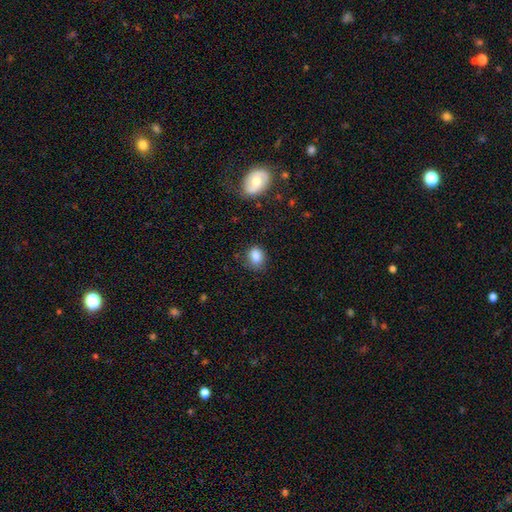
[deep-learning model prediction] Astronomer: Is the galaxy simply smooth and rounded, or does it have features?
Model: smooth — 84%.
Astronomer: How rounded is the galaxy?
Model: in between — 54% (runner-up: round, 44%).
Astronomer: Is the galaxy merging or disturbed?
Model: none — 74%.